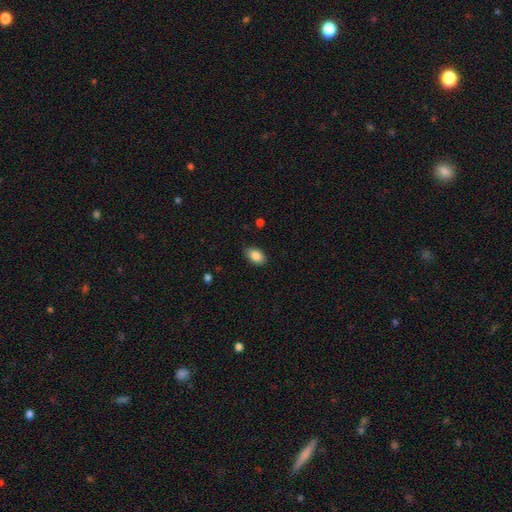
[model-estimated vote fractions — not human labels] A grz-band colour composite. It shows a smooth galaxy with no disk features (87%) that is in between round and cigar-shaped (87%). Merging: none (83%).